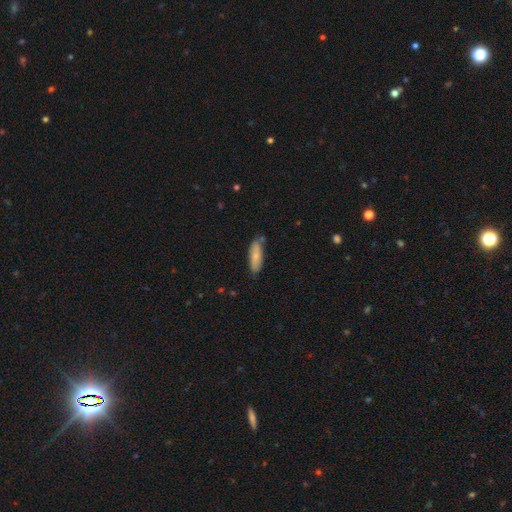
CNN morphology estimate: The model was most divided on "how rounded": in between: 51%, cigar-shaped: 47%, round: 2%. More confident: smooth or featured — smooth (73%); merging — none (73%).